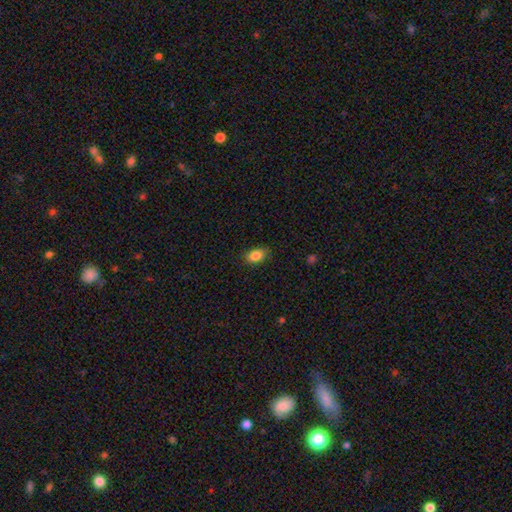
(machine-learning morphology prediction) Smooth or featured? smooth (86%)
How rounded? in between (89%)
Merging? none (86%)